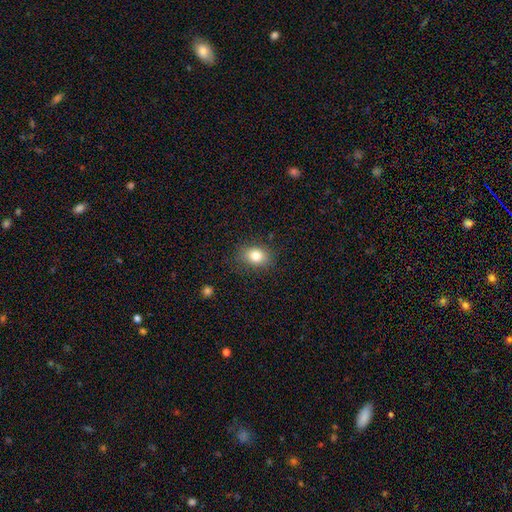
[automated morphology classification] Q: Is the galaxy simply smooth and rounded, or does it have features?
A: smooth — 82%.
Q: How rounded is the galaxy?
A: in between — 67%.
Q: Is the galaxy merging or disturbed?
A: none — 83%.